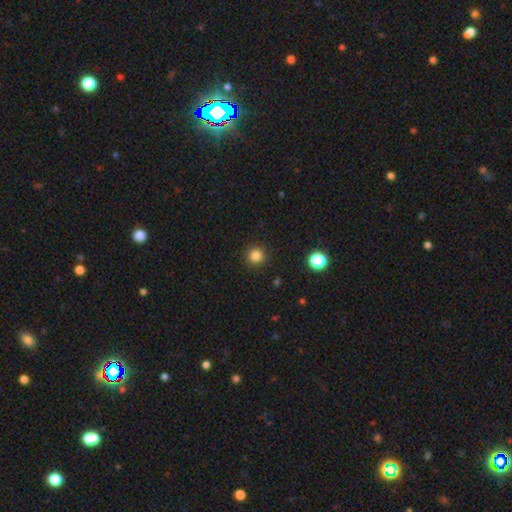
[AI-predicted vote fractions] Smooth or featured? smooth (83%)
How rounded? round (95%)
Merging? none (92%)